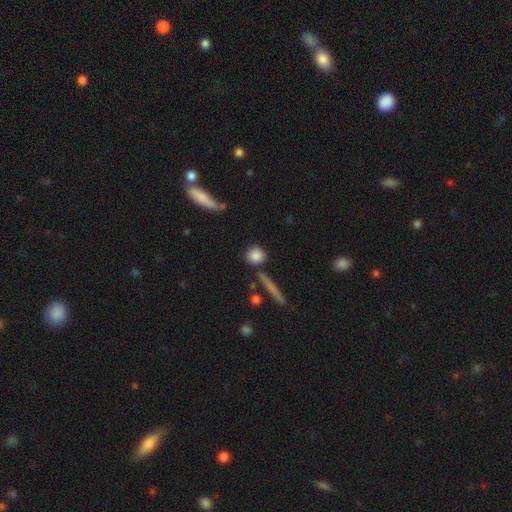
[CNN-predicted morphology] smooth-or-featured: smooth: 84% | star or artifact: 8% | featured or disk: 8%
  how-rounded: round: 80% | in between: 14% | cigar-shaped: 6%
  merging: none: 76% | minor disturbance: 12% | merger: 8% | major disturbance: 4%